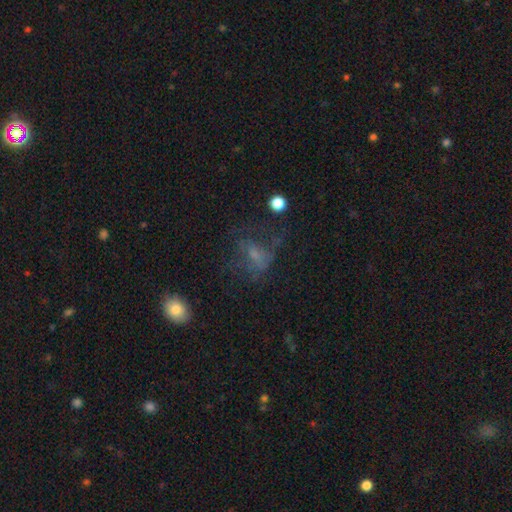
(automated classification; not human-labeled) Smooth or featured: smooth — 44% (featured or disk — 35%)
Merging: none — 40% (major disturbance — 37%)